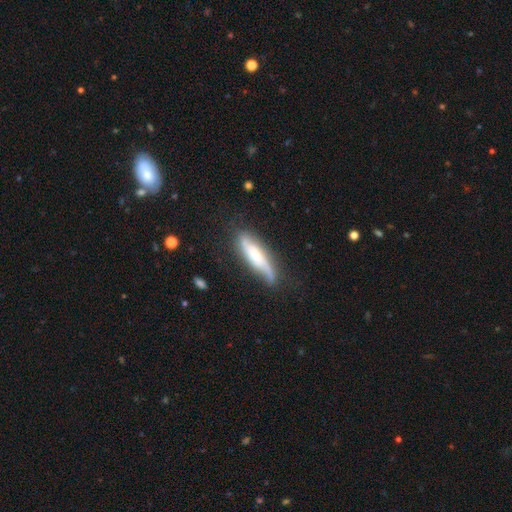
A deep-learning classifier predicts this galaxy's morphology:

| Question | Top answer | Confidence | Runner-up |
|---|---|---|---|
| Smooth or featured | featured or disk | 58% | smooth (36%) |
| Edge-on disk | no | 61% | yes (39%) |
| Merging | none | 63% | minor disturbance (25%) |